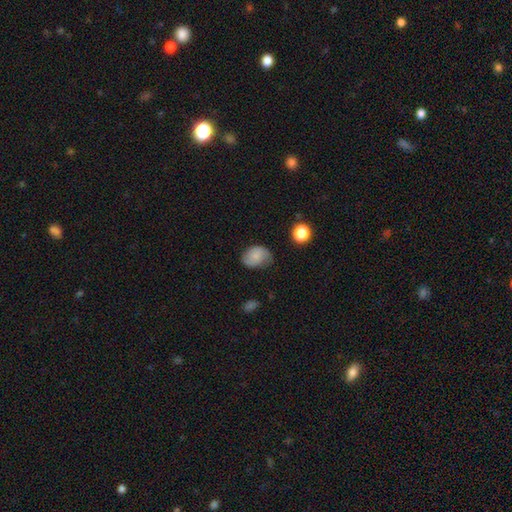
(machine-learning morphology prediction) Q: Smooth or featured?
A: smooth (74%); runner-up: featured or disk (17%)
Q: How rounded?
A: in between (69%); runner-up: round (30%)
Q: Merging?
A: none (59%); runner-up: minor disturbance (31%)